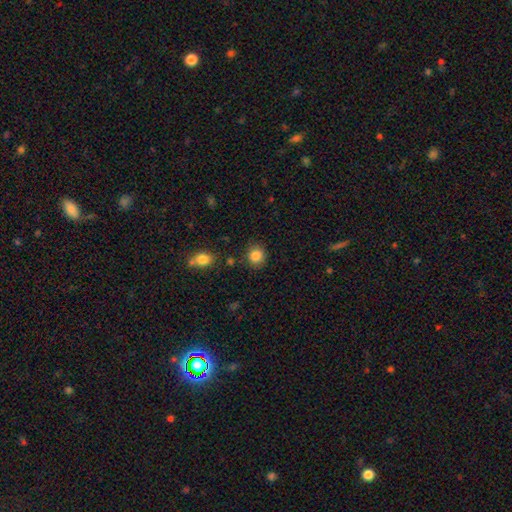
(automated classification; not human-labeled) This appears to be a smooth galaxy with no disk features (85%) that is round (82%). Merging: none (85%).